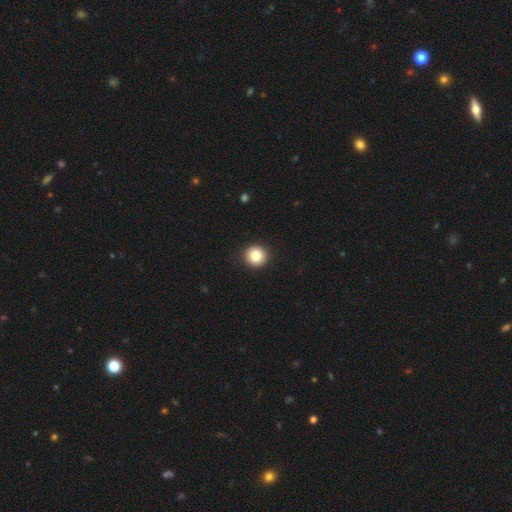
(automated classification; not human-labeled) smooth 83%, star or artifact 9%, featured or disk 7%. Down the decision tree: how rounded — round (95%); merging — none (93%).